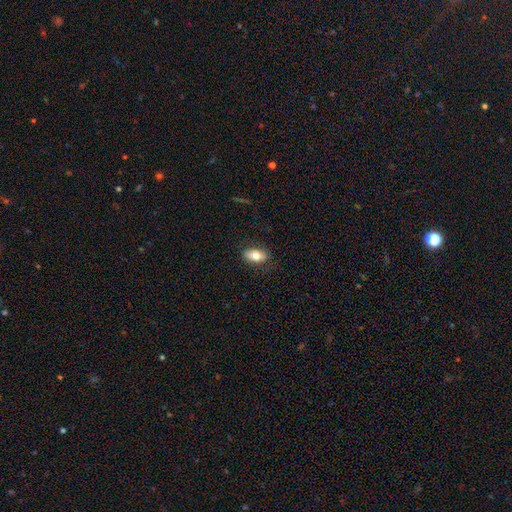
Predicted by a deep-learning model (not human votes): smooth 75%, featured or disk 17%, star or artifact 7%. Down the decision tree: how rounded — in between (89%); merging — none (84%).